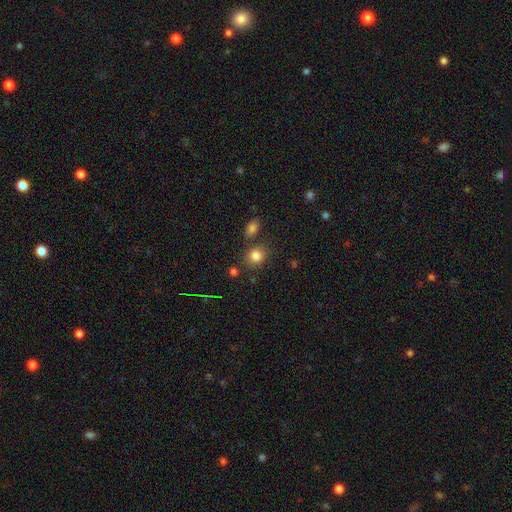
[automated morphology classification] Q: Smooth or featured?
A: smooth (82%); runner-up: star or artifact (12%)
Q: How rounded?
A: round (70%); runner-up: in between (28%)
Q: Merging?
A: none (73%); runner-up: minor disturbance (12%)